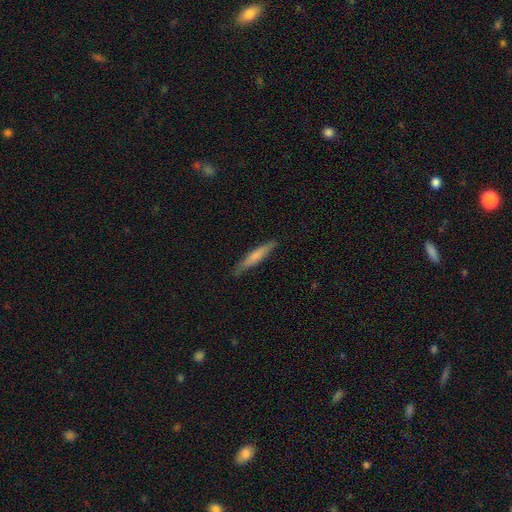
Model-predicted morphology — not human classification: Smooth or featured: smooth — 66% (featured or disk — 28%)
How rounded: cigar-shaped — 93% (in between — 6%)
Merging: none — 86% (minor disturbance — 11%)